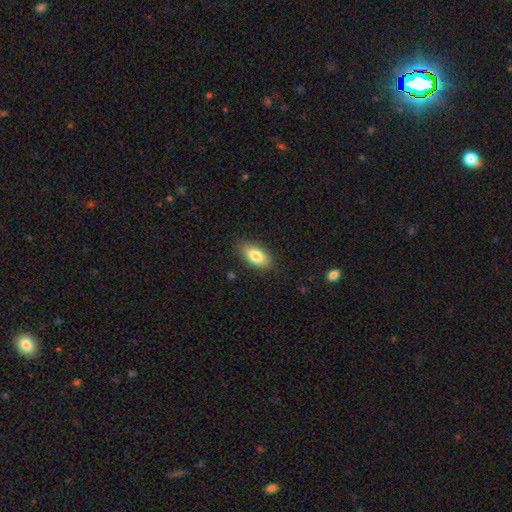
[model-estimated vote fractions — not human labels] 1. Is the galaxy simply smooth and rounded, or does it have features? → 82% smooth, 11% featured or disk, 7% star or artifact.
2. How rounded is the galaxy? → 91% in between, 5% cigar-shaped, 4% round.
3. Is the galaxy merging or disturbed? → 82% none, 14% minor disturbance, 3% major disturbance, 1% merger.